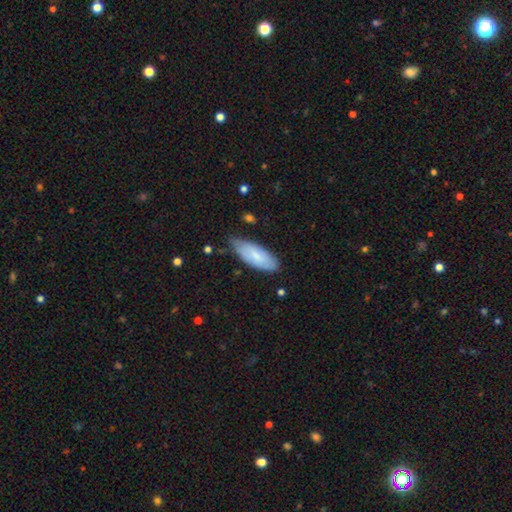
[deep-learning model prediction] Overall: smooth (74%). How rounded: in between (77%). Merging: none (65%; minor disturbance 29%).